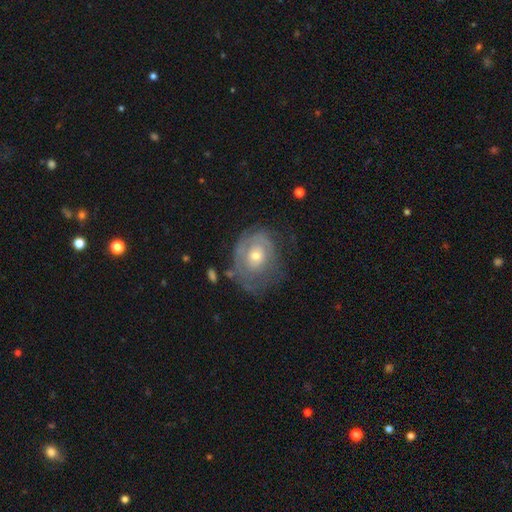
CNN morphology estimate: Smooth or featured: featured or disk — 70% (smooth — 24%)
Edge-on disk: no — 96% (yes — 4%)
Bar: no — 80% (weak — 17%)
Spiral arms: yes — 71% (no — 29%)
Bulge size: moderate — 49% (small — 46%)
Merging: none — 53% (minor disturbance — 26%)